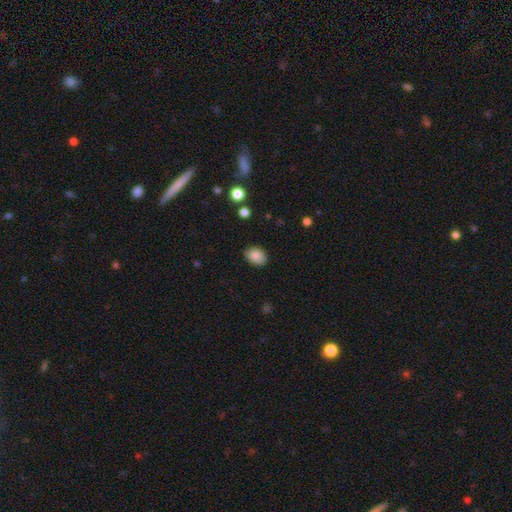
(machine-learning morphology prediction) smooth-or-featured: smooth: 87% | star or artifact: 8% | featured or disk: 5%
  how-rounded: in between: 76% | round: 23% | cigar-shaped: 1%
  merging: none: 85% | minor disturbance: 12% | major disturbance: 3% | merger: 1%